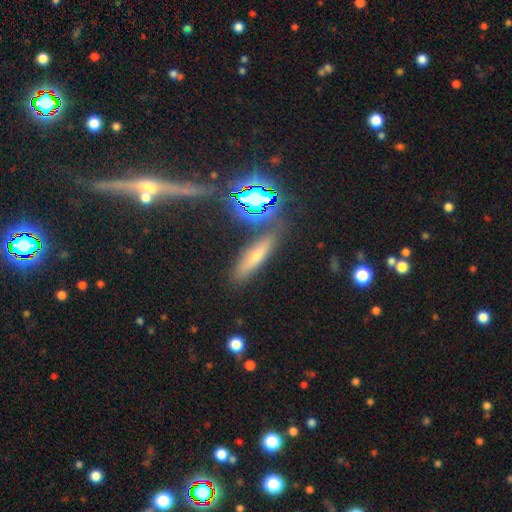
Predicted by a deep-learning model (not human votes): This appears to be a smooth galaxy with no disk features (48%). Merging: none (82%).